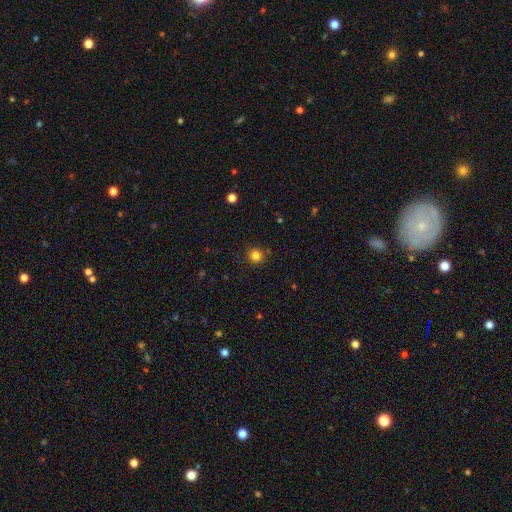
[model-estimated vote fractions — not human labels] Smooth or featured?
  - smooth: 83% *
  - star or artifact: 13%
  - featured or disk: 5%
How rounded?
  - round: 91% *
  - in between: 9%
  - cigar-shaped: 1%
Merging?
  - none: 89% *
  - minor disturbance: 7%
  - major disturbance: 2%
  - merger: 2%